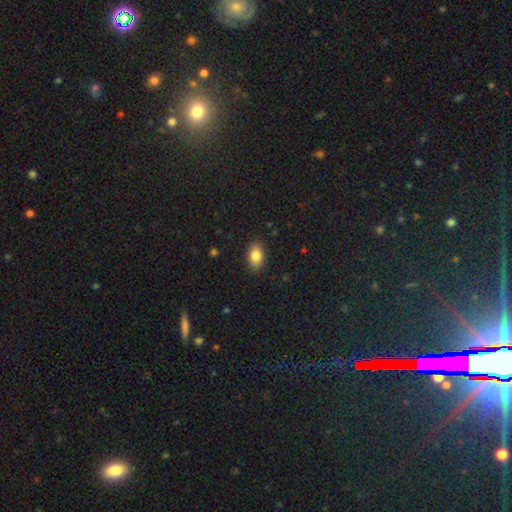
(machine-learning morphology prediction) This is clearly a smooth galaxy (85%). How rounded: clearly in between (87%). Merging: clearly none (86%).